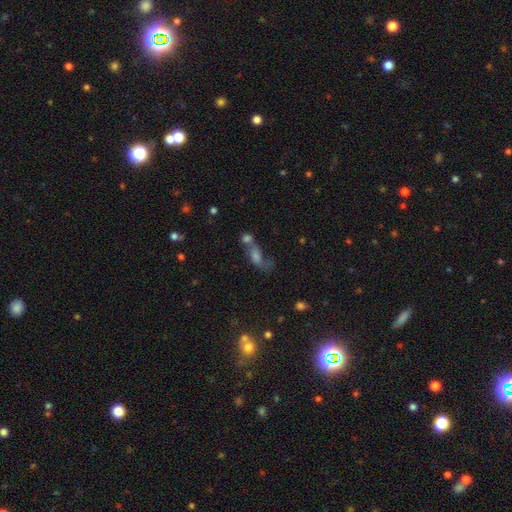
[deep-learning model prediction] This is marginally a smooth galaxy (44%). Merging: marginally merger (44%).